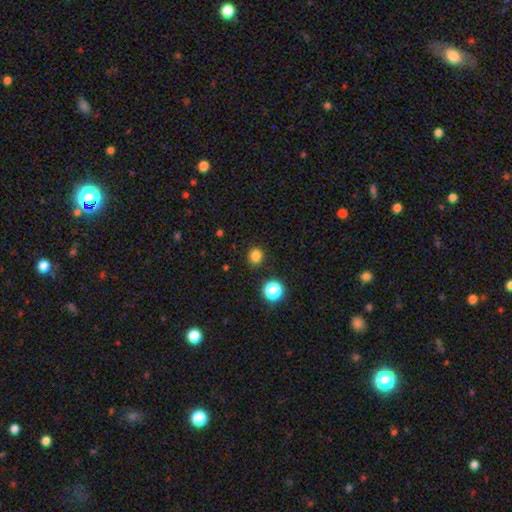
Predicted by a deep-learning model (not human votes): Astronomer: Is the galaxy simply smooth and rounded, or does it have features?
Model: smooth — 81%.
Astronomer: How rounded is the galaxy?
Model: round — 87%.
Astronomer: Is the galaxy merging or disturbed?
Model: none — 90%.